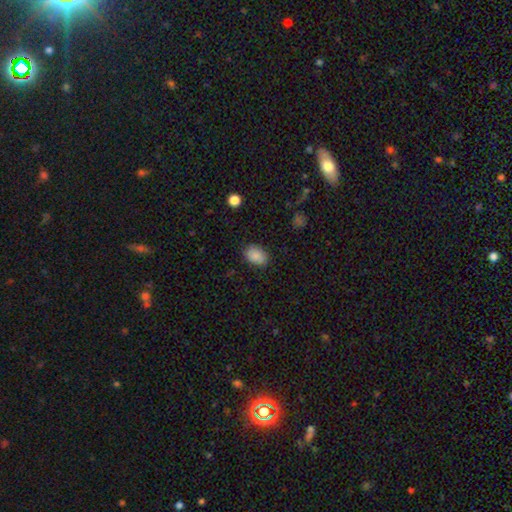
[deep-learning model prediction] The model was most divided on "how rounded": in between: 82%, round: 17%, cigar-shaped: 1%. More confident: smooth or featured — smooth (87%); merging — none (85%).